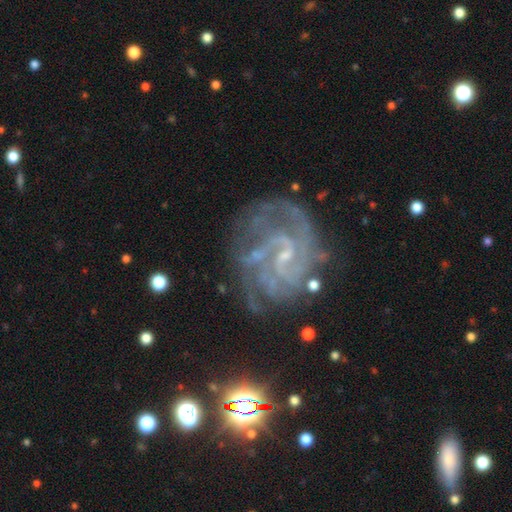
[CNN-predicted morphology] Q: Smooth or featured?
A: featured or disk (88%); runner-up: star or artifact (7%)
Q: Edge-on disk?
A: no (98%); runner-up: yes (2%)
Q: Bar?
A: weak (53%); runner-up: no (33%)
Q: Spiral arms?
A: yes (95%); runner-up: no (5%)
Q: Spiral winding?
A: medium (46%); runner-up: tight (40%)
Q: Spiral arm count?
A: 2 (28%); runner-up: can't tell (24%)
Q: Bulge size?
A: small (68%); runner-up: moderate (15%)
Q: Merging?
A: none (57%); runner-up: minor disturbance (21%)